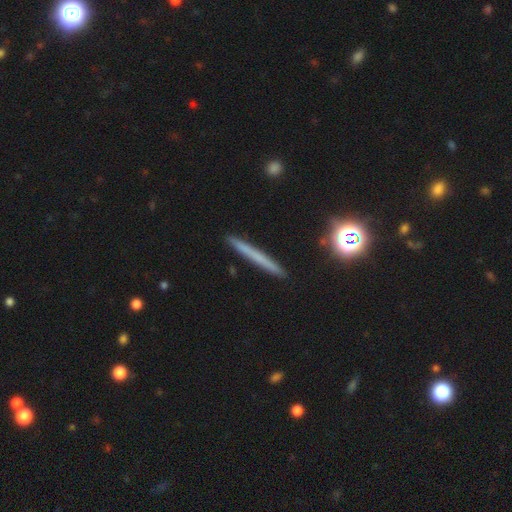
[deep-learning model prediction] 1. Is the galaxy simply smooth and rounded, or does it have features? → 54% smooth, 35% featured or disk, 11% star or artifact.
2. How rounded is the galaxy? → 96% cigar-shaped, 2% round, 2% in between.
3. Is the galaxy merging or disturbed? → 91% none, 6% minor disturbance, 1% major disturbance, 1% merger.